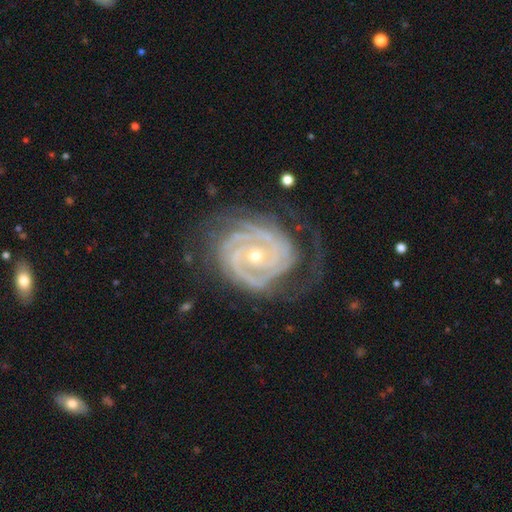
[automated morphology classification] type=featured or disk (92%); edge-on=no (97%); bar=no (68%); spiral arms=yes (98%); winding=tight (81%); arm count=2 (33%); bulge=small (49%); merging=none (63%).